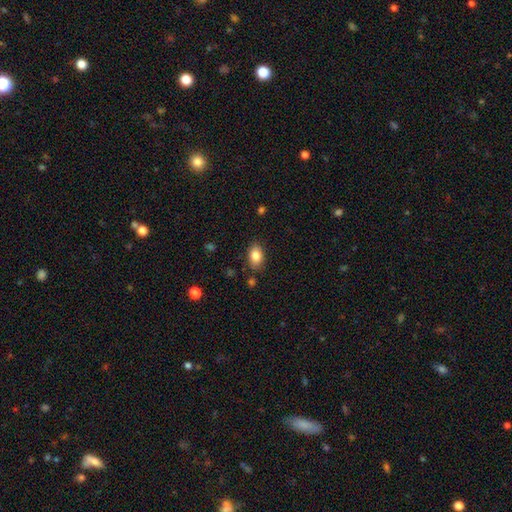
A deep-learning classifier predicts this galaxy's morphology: This appears to be a smooth galaxy with no disk features (84%) that is in between round and cigar-shaped (86%). Merging: none (83%).